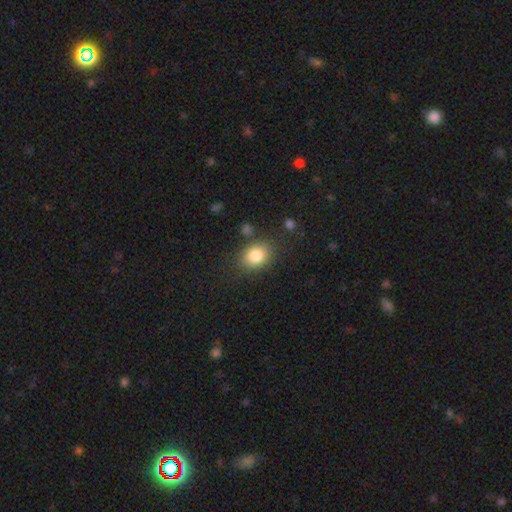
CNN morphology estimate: Q: Smooth or featured?
A: smooth (84%); runner-up: star or artifact (9%)
Q: How rounded?
A: in between (58%); runner-up: round (41%)
Q: Merging?
A: none (78%); runner-up: minor disturbance (13%)